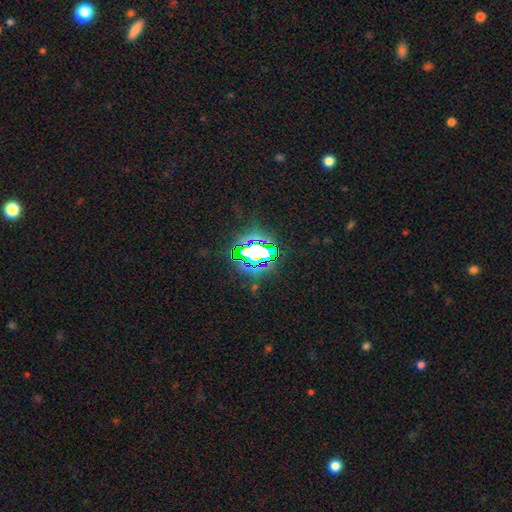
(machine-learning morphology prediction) Smooth or featured? Predicted: star or artifact (p=0.69).